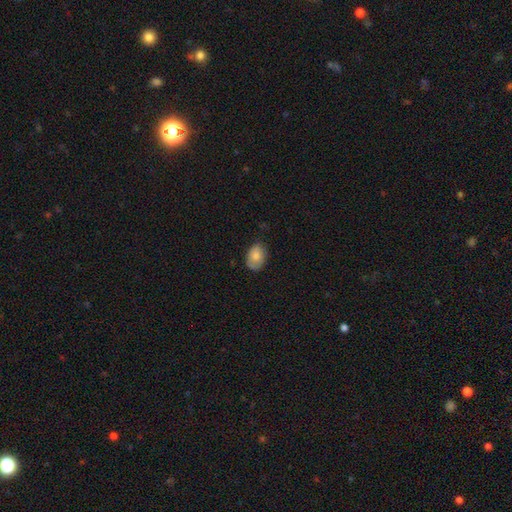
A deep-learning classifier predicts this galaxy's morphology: Overall: smooth (76%). How rounded: in between (80%). Merging: none (67%).